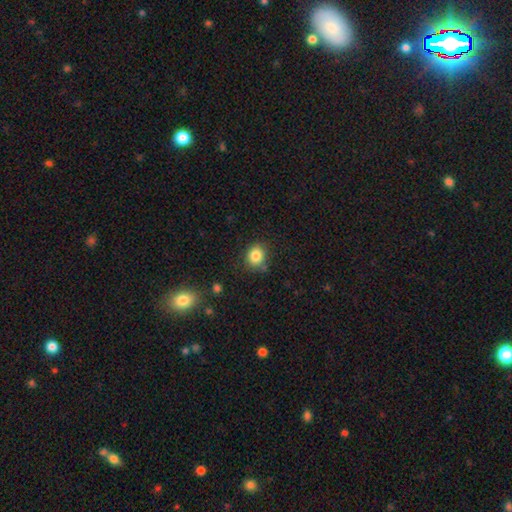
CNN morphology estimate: A smooth galaxy with no disk features (83%) that is round (69%).

Vote fractions:
- Smooth or featured? smooth: 83% / star or artifact: 11% / featured or disk: 6%
- How rounded? round: 69% / in between: 31% / cigar-shaped: 1%
- Merging? none: 80% / minor disturbance: 14% / merger: 3% / major disturbance: 3%